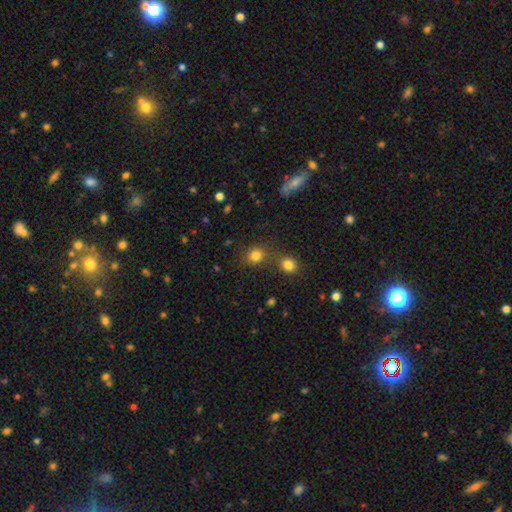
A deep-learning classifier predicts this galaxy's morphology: smooth-or-featured: smooth: 79% | star or artifact: 14% | featured or disk: 6%
  how-rounded: round: 77% | in between: 22% | cigar-shaped: 1%
  merging: none: 68% | merger: 19% | minor disturbance: 9% | major disturbance: 4%